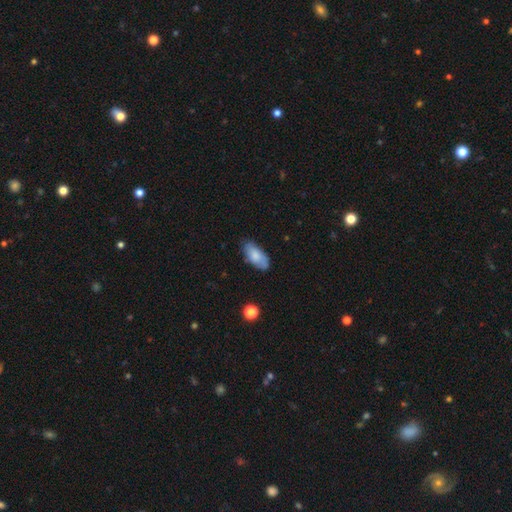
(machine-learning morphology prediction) A smooth galaxy with no disk features (77%) that is in between round and cigar-shaped (90%). Merging: none (76%).